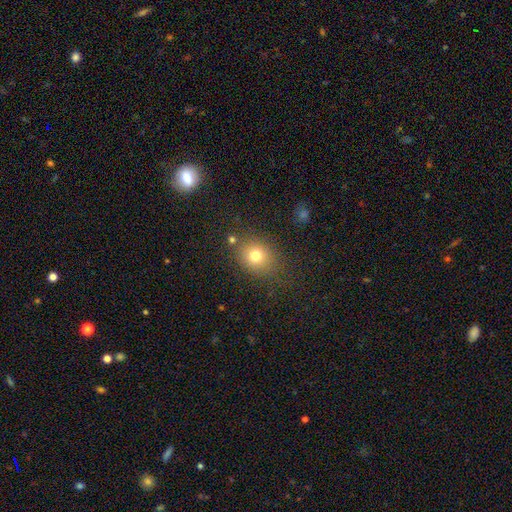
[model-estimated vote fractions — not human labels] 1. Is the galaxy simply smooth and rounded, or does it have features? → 76% smooth, 14% star or artifact, 10% featured or disk.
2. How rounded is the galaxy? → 64% round, 35% in between, 1% cigar-shaped.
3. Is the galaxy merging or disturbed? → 77% none, 13% minor disturbance, 6% major disturbance, 4% merger.